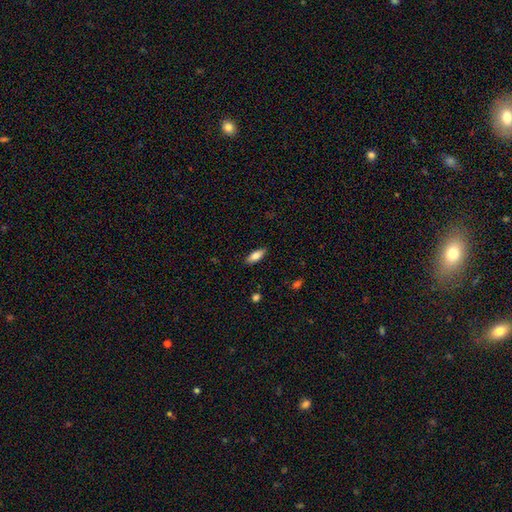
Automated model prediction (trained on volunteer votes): smooth_or_featured: smooth (p=0.75) [alt: featured or disk p=0.18]
how_rounded: in between (p=0.75) [alt: cigar-shaped p=0.23]
merging: none (p=0.88) [alt: minor disturbance p=0.09]